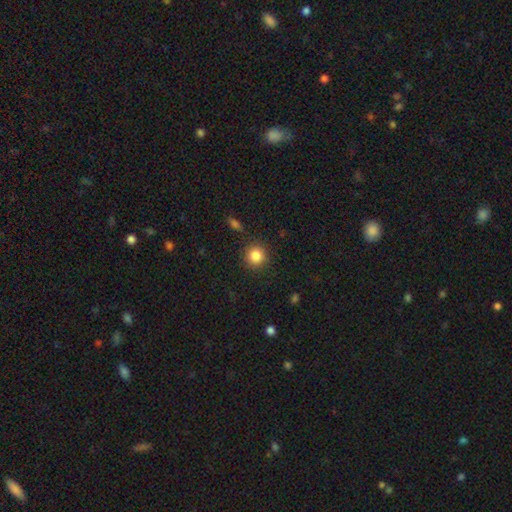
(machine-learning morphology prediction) Smooth or featured: smooth — 85% (star or artifact — 10%)
How rounded: round — 93% (in between — 6%)
Merging: none — 89% (minor disturbance — 6%)